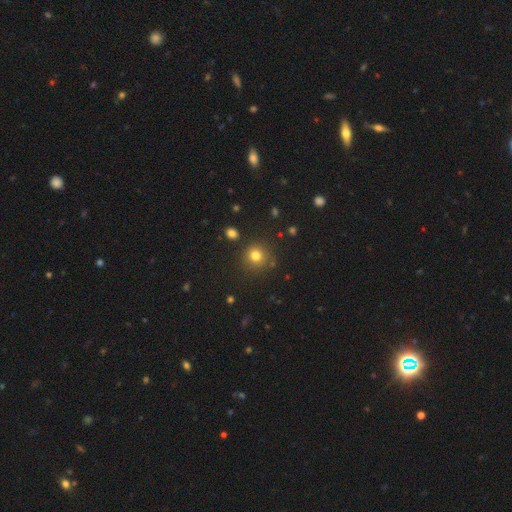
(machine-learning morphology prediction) smooth-or-featured: smooth: 78% | star or artifact: 15% | featured or disk: 7%
  how-rounded: round: 92% | in between: 7% | cigar-shaped: 1%
  merging: none: 85% | minor disturbance: 9% | merger: 4% | major disturbance: 3%